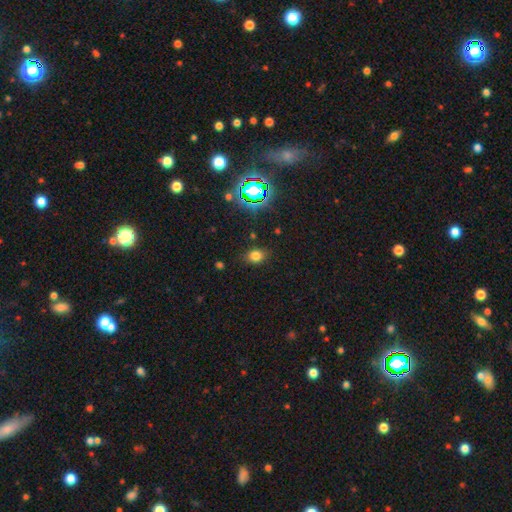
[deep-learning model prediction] Smooth or featured? smooth (74%)
How rounded? in between (55%)
Merging? none (82%)